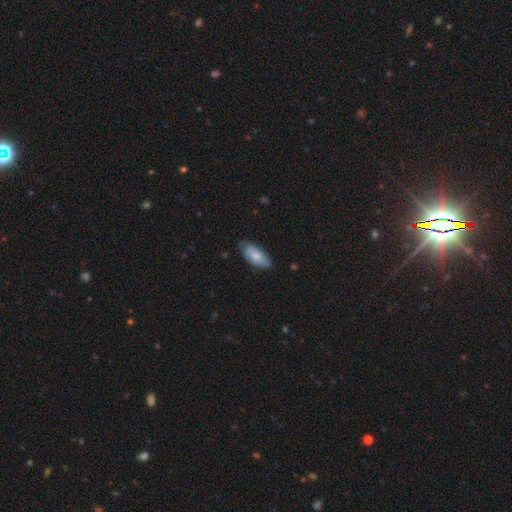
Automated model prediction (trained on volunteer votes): Overall: smooth (81%). How rounded: in between (86%). Merging: none (74%).